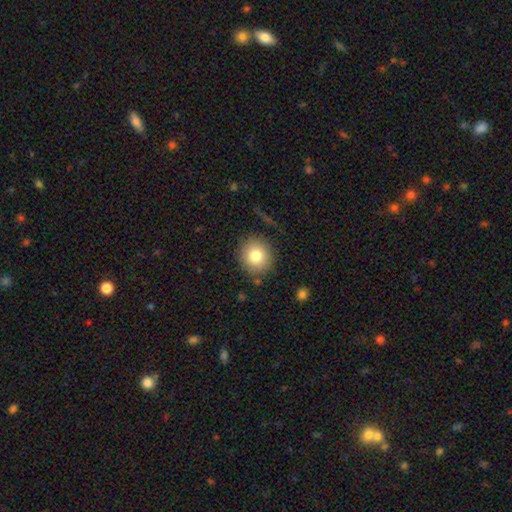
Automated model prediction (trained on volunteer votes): smooth-or-featured: smooth: 80% | featured or disk: 10% | star or artifact: 10%
  how-rounded: round: 85% | in between: 14% | cigar-shaped: 1%
  merging: none: 85% | minor disturbance: 9% | major disturbance: 3% | merger: 2%